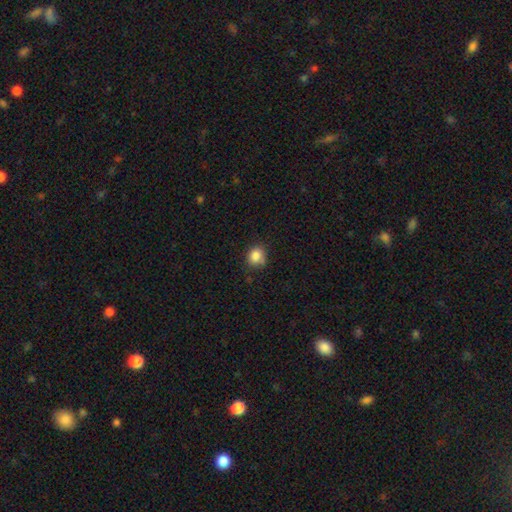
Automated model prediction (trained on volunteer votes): This is clearly a smooth galaxy (85%). How rounded: clearly round (81%). Merging: likely none (75%).